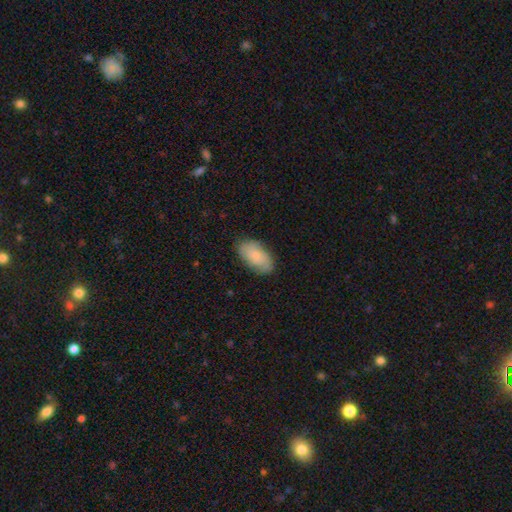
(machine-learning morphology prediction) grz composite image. It shows a smooth galaxy with no disk features (73%) that is in between round and cigar-shaped (94%). Merging: none (80%).